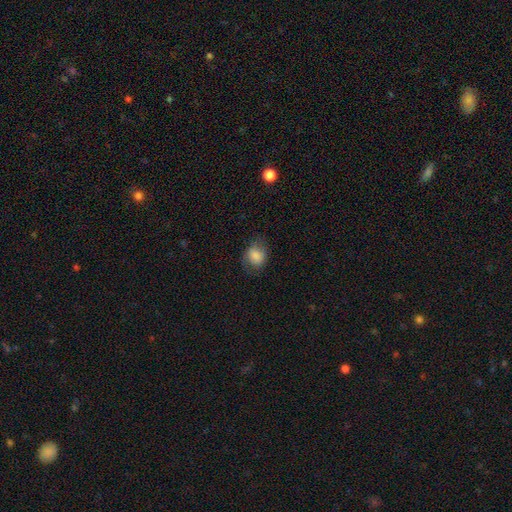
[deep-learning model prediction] Smooth or featured?
  - smooth: 77% *
  - featured or disk: 15%
  - star or artifact: 8%
How rounded?
  - in between: 58% *
  - round: 41%
  - cigar-shaped: 1%
Merging?
  - none: 65% *
  - minor disturbance: 23%
  - major disturbance: 11%
  - merger: 1%